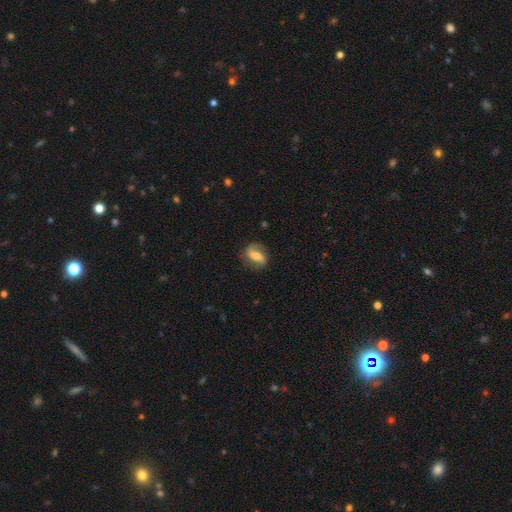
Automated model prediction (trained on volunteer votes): A featured or disk galaxy (67%) with a weak bar (36%), 2 (81%) loose (46%) spiral arms (90%) and a moderate central bulge (54%). Merging: none (74%).